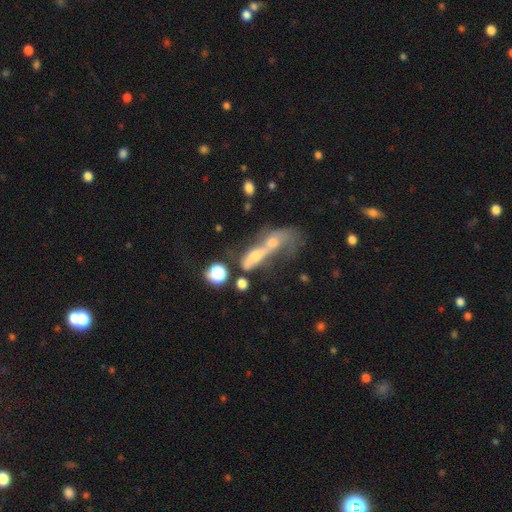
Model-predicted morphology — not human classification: Q: Smooth or featured?
A: featured or disk (45%); runner-up: smooth (41%)
Q: Merging?
A: merger (69%); runner-up: major disturbance (13%)